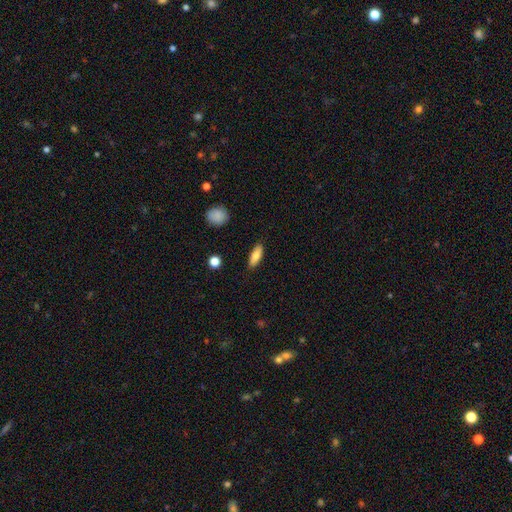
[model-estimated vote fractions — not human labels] Overall: smooth (78%). How rounded: in between (60%; cigar-shaped 38%). Merging: none (87%).